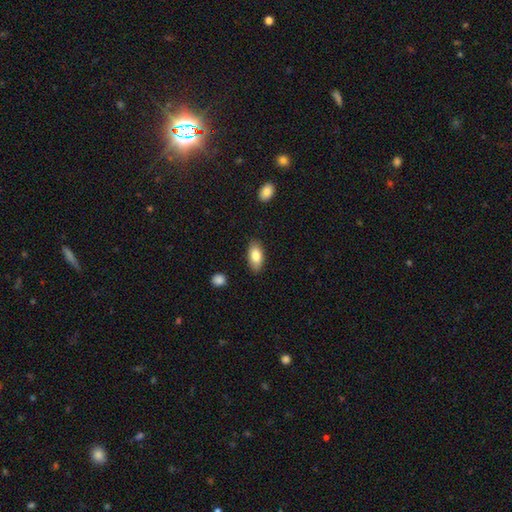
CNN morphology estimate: Overall: smooth (83%). How rounded: in between (91%). Merging: none (86%).